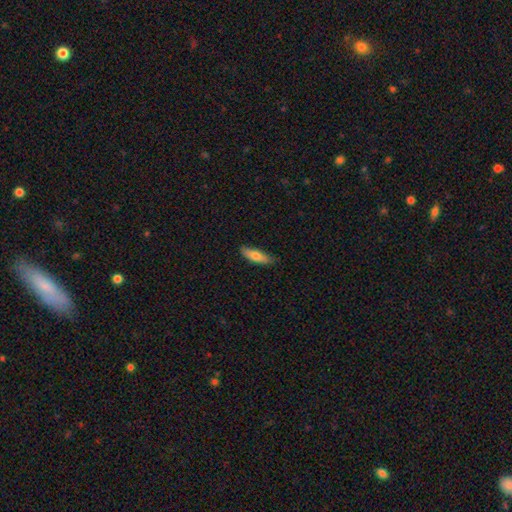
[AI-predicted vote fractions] smooth 73%, featured or disk 21%, star or artifact 6%. Down the decision tree: how rounded — cigar-shaped (55%); merging — none (84%).